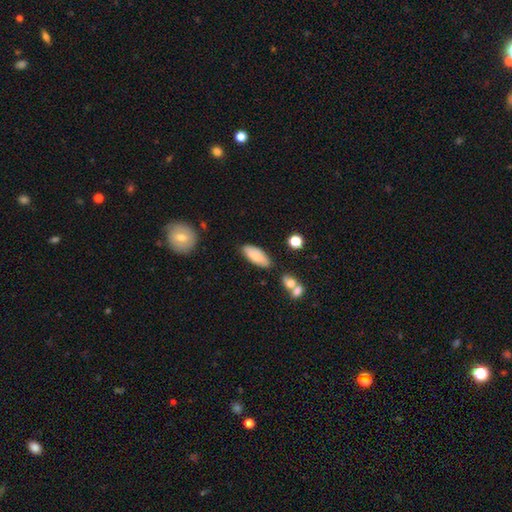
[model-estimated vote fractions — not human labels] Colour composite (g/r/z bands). It shows a smooth galaxy with no disk features (71%) that is in between round and cigar-shaped (80%). Merging: none (78%).